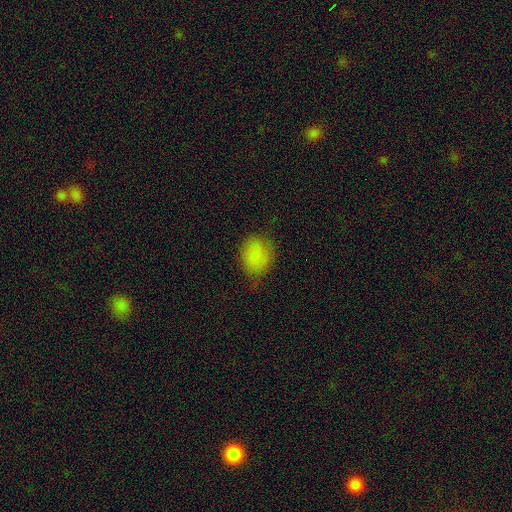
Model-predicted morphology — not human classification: Smooth or featured? Predicted: smooth (p=0.83). How rounded? Predicted: round (p=0.51). Merging? Predicted: none (p=0.62).